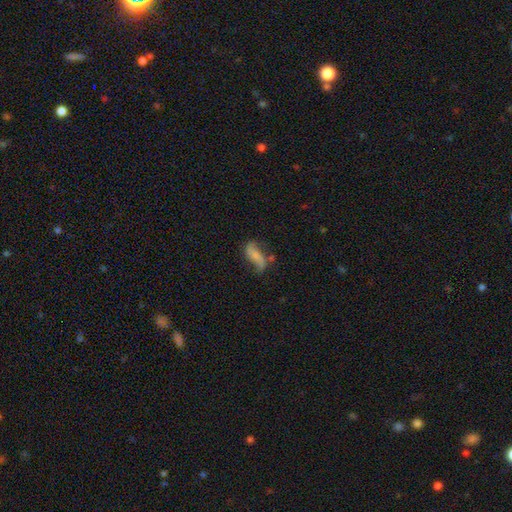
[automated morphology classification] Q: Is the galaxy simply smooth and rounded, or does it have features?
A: featured or disk — 55%.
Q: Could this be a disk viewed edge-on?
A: no — 91%.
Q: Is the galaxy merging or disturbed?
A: none — 52%.